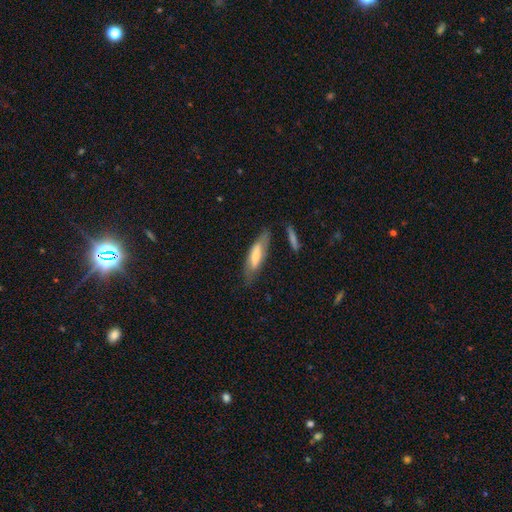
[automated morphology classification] The model was most divided on "how rounded": cigar-shaped: 60%, in between: 38%, round: 2%. More confident: merging — none (66%); smooth or featured — smooth (59%).